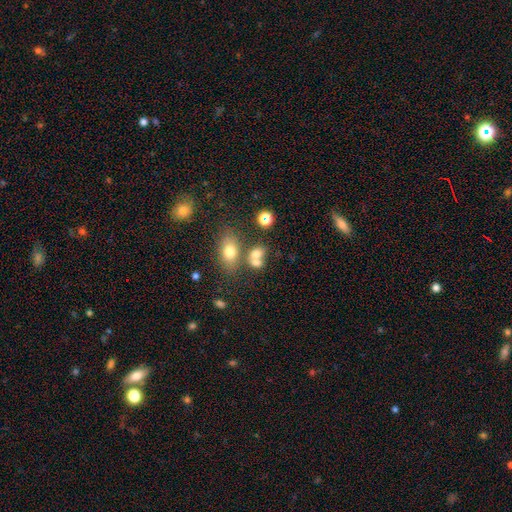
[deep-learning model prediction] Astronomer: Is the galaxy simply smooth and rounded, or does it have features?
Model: smooth — 70%.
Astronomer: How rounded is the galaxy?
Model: in between — 64%.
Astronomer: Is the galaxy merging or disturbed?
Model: none — 42% (runner-up: merger, 41%).